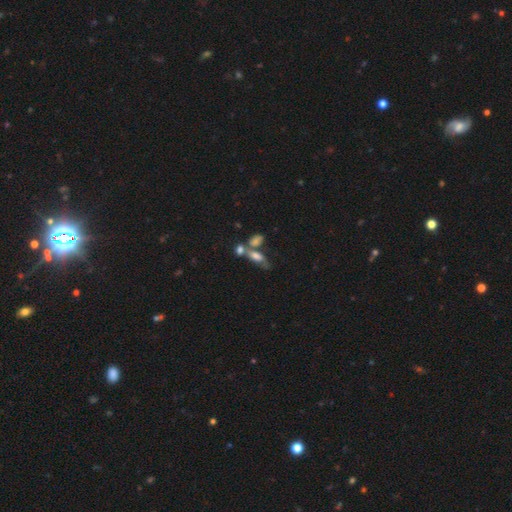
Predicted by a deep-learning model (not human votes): Morphology: type=smooth (62%); roundness=in between (76%); merging=merger (49%).